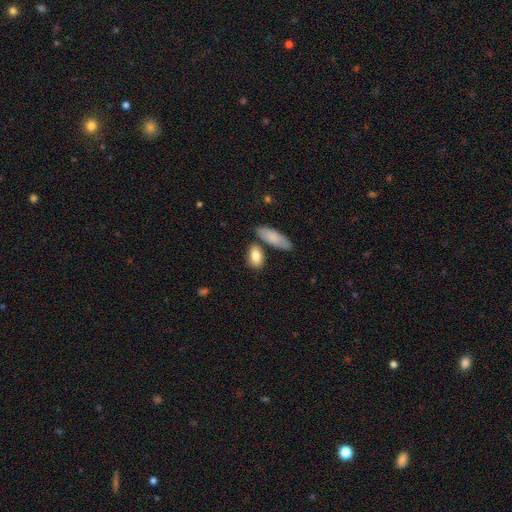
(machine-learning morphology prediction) smooth_or_featured: smooth (p=0.84) [alt: featured or disk p=0.10]
how_rounded: in between (p=0.84) [alt: cigar-shaped p=0.08]
merging: none (p=0.69) [alt: minor disturbance p=0.16]